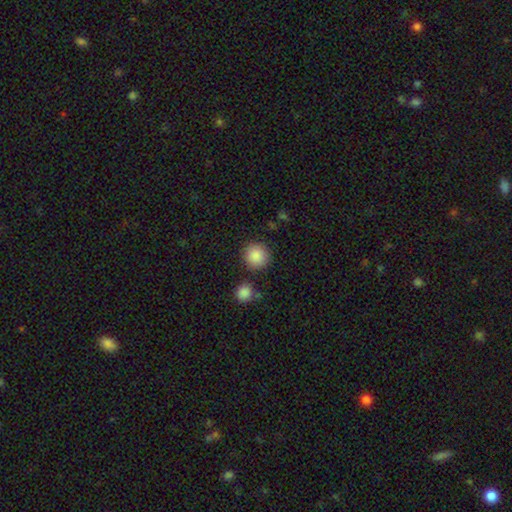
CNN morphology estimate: type=smooth (88%); roundness=round (94%); merging=none (85%).